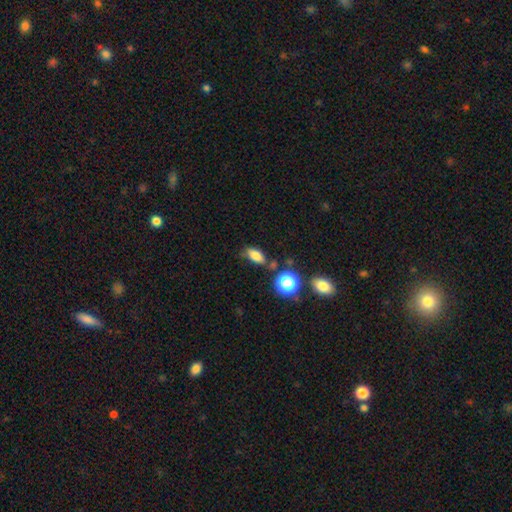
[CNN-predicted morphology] Overall: smooth (78%). How rounded: in between (79%). Merging: none (67%).